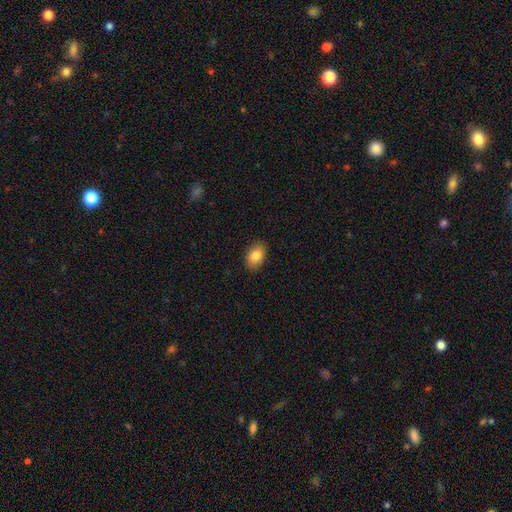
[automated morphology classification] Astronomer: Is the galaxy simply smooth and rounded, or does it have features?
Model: smooth — 84%.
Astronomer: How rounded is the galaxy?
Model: in between — 87%.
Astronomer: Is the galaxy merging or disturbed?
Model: none — 88%.